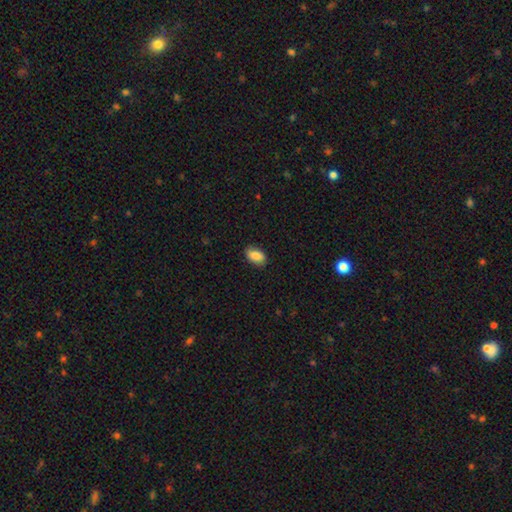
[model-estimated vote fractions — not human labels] Smooth or featured: smooth — 87% (star or artifact — 7%)
How rounded: in between — 92% (round — 6%)
Merging: none — 86% (minor disturbance — 11%)